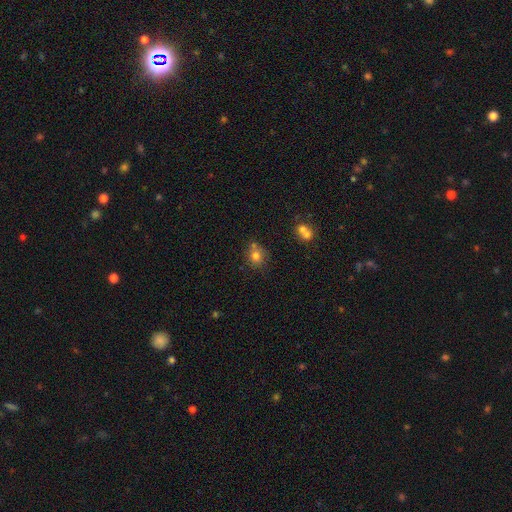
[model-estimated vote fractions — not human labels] Overall: smooth (76%). How rounded: round (72%). Merging: none (58%; merger 20%).